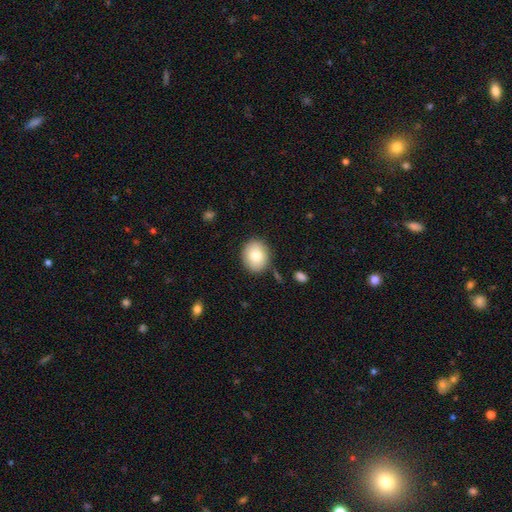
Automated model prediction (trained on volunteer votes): smooth_or_featured: smooth (p=0.78) [alt: featured or disk p=0.14]
how_rounded: round (p=0.66) [alt: in between p=0.33]
merging: none (p=0.86) [alt: minor disturbance p=0.10]